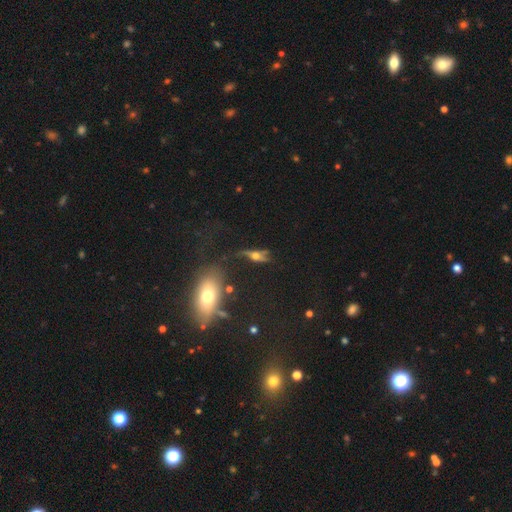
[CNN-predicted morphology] smooth_or_featured: featured or disk (p=0.55) [alt: smooth p=0.31]
disk_edge_on: yes (p=0.57) [alt: no p=0.43]
merging: none (p=0.47) [alt: minor disturbance p=0.23]